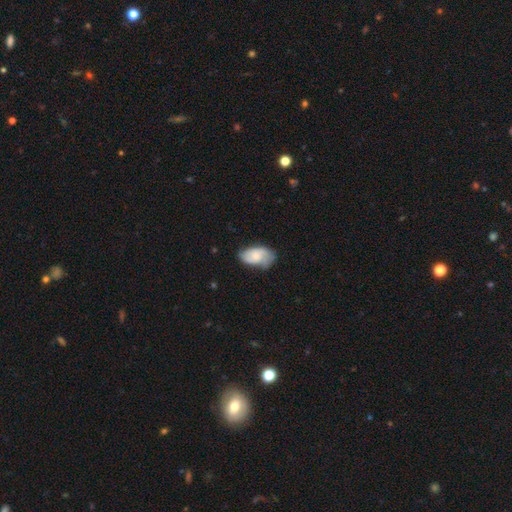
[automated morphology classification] Overall: smooth (54%; featured or disk 39%). How rounded: in between (92%). Merging: none (59%; minor disturbance 30%).